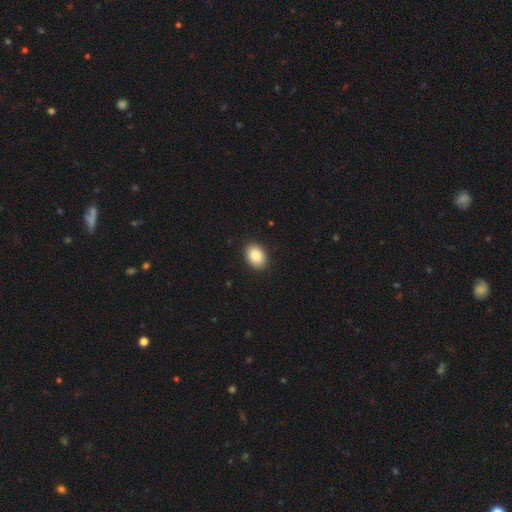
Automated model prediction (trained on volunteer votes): Morphology: type=smooth (89%); roundness=in between (81%); merging=none (90%).